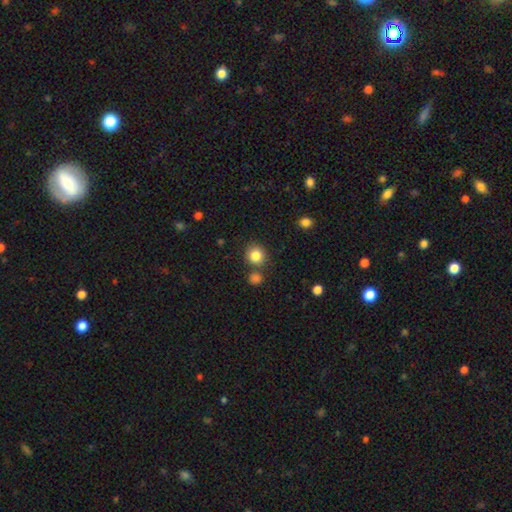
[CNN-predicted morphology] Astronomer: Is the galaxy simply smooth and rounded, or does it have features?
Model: smooth — 84%.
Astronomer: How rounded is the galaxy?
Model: round — 87%.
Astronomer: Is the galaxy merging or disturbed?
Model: none — 76%.